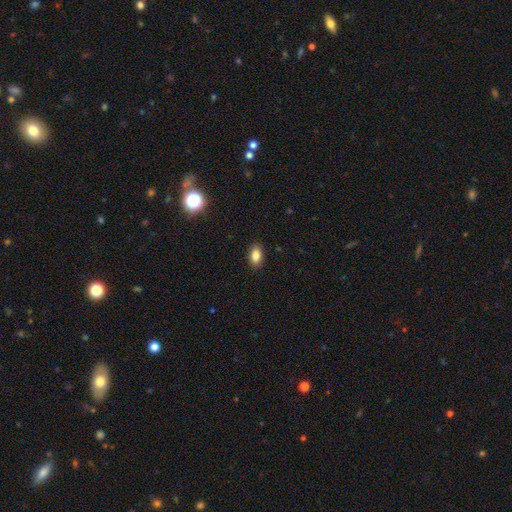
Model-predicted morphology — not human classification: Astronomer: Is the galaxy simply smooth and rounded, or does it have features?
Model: smooth — 85%.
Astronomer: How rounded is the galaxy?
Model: in between — 90%.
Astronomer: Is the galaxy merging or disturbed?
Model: none — 89%.